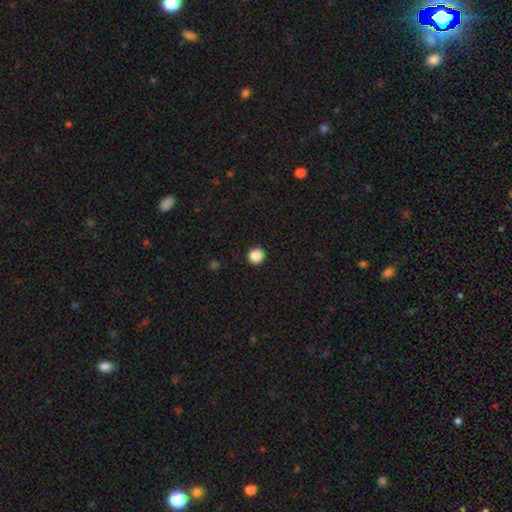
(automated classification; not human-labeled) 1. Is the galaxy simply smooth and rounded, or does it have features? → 87% smooth, 10% star or artifact, 3% featured or disk.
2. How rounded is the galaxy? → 96% round, 3% in between, 1% cigar-shaped.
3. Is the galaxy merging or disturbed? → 93% none, 4% minor disturbance, 1% major disturbance, 1% merger.